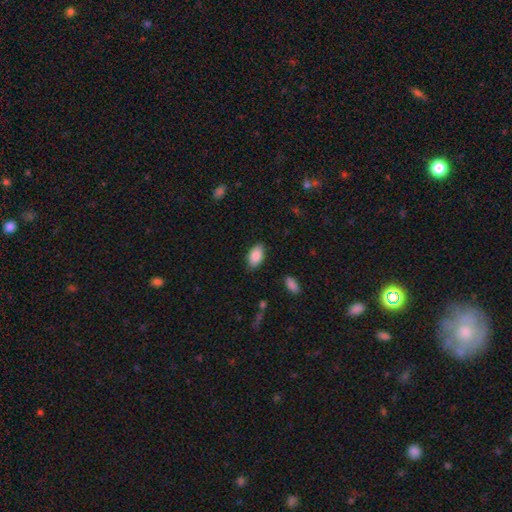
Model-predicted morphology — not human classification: Smooth or featured? Predicted: smooth (p=0.87). How rounded? Predicted: in between (p=0.94). Merging? Predicted: none (p=0.85).